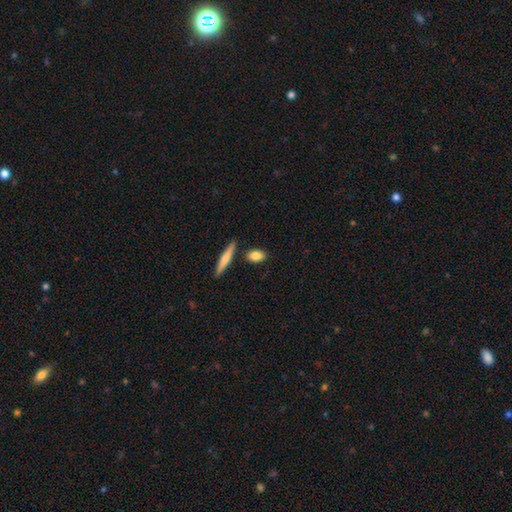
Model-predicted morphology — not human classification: Smooth or featured: smooth — 84% (featured or disk — 10%)
How rounded: in between — 79% (cigar-shaped — 13%)
Merging: none — 81% (minor disturbance — 10%)